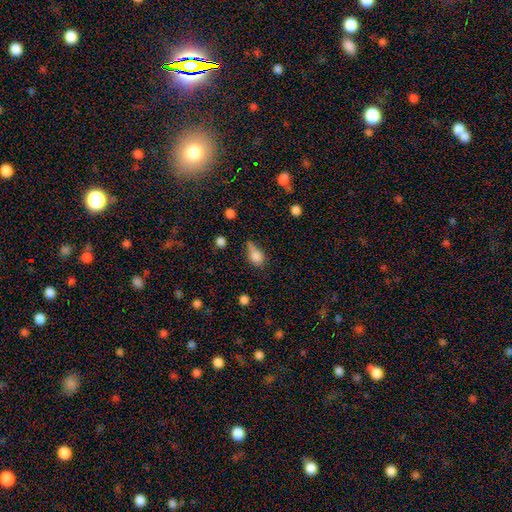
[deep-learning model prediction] Overall: smooth (78%). How rounded: in between (68%). Merging: minor disturbance (40%; none 33%).